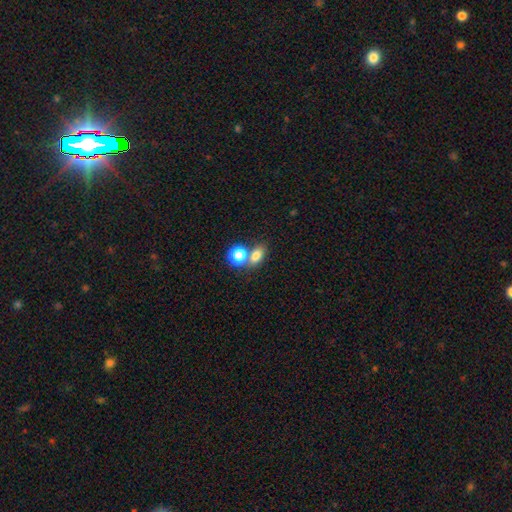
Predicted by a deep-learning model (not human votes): Overall: smooth (76%). How rounded: in between (67%; round 31%). Merging: none (52%; merger 35%).